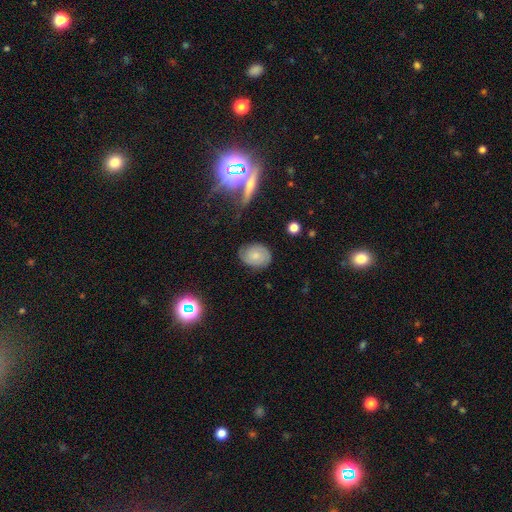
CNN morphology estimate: This is possibly a smooth galaxy (55%). How rounded: likely in between (62%). Merging: likely none (76%).